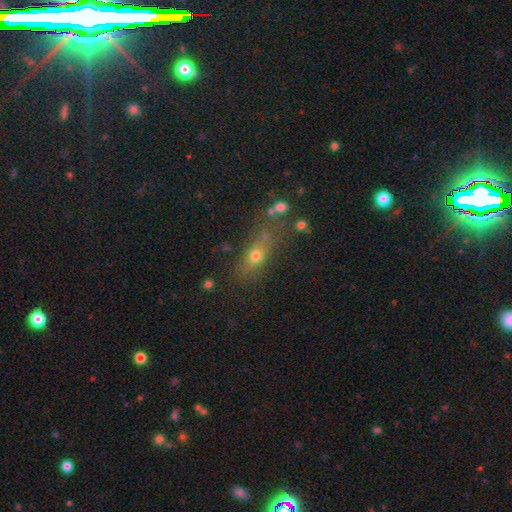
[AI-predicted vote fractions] This appears to be a smooth galaxy with no disk features (63%) that is in between round and cigar-shaped (48%). Merging: none (57%).